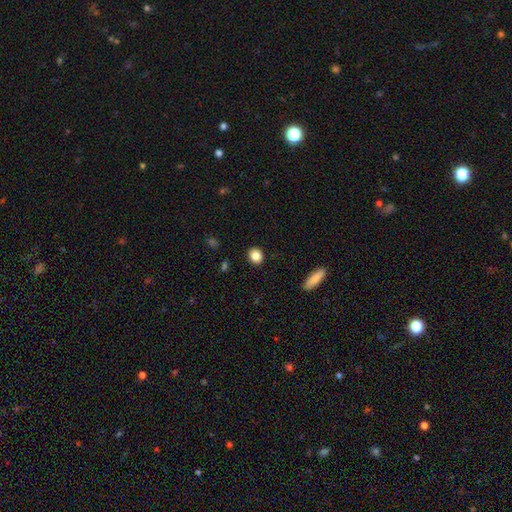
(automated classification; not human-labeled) Smooth or featured?
  - smooth: 86% *
  - star or artifact: 9%
  - featured or disk: 5%
How rounded?
  - round: 67% *
  - in between: 31%
  - cigar-shaped: 1%
Merging?
  - none: 91% *
  - minor disturbance: 6%
  - major disturbance: 2%
  - merger: 1%